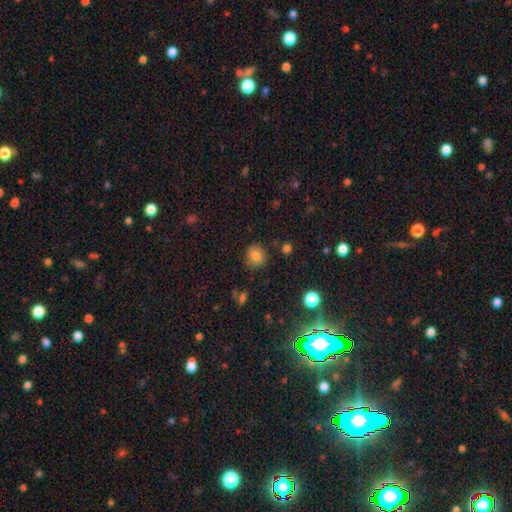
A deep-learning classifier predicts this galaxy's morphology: This is clearly a smooth galaxy (81%). How rounded: clearly round (83%). Merging: clearly none (84%).